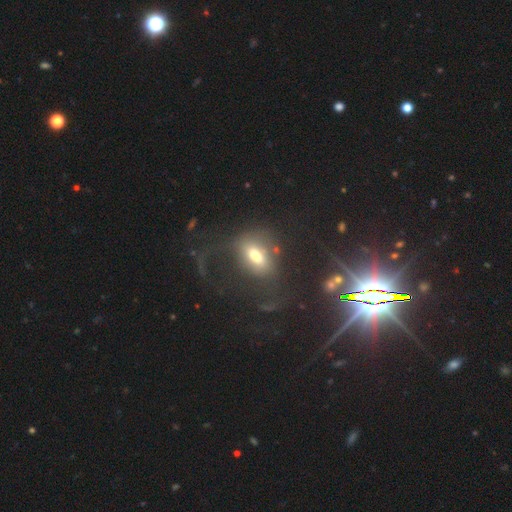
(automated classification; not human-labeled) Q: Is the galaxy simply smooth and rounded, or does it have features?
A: smooth — 60%.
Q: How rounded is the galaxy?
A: in between — 73%.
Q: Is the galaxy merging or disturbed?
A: none — 40%.